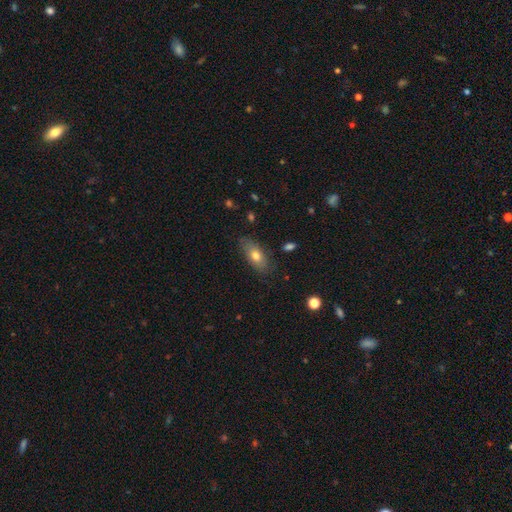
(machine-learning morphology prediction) A smooth galaxy with no disk features (72%) that is in between round and cigar-shaped (85%).

Vote fractions:
- Smooth or featured? smooth: 72% / featured or disk: 21% / star or artifact: 7%
- How rounded? in between: 85% / cigar-shaped: 10% / round: 5%
- Merging? none: 79% / minor disturbance: 16% / major disturbance: 4% / merger: 2%